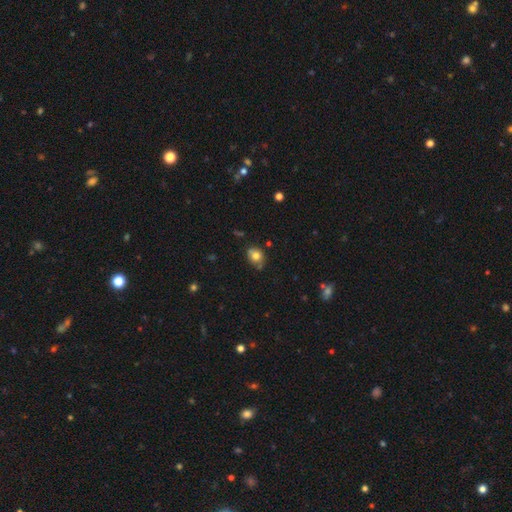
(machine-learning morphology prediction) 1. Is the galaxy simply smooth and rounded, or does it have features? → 77% smooth, 12% featured or disk, 11% star or artifact.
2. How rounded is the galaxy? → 51% round, 48% in between, 1% cigar-shaped.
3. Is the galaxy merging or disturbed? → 69% none, 22% minor disturbance, 6% merger, 4% major disturbance.